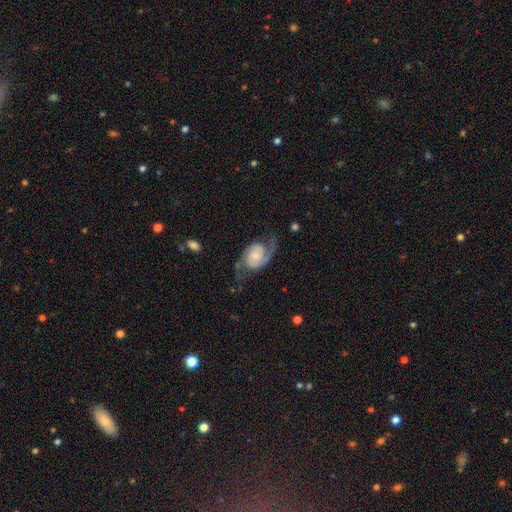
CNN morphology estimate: Smooth or featured: featured or disk — 83% (smooth — 11%)
Edge-on disk: no — 97% (yes — 3%)
Bar: no — 69% (weak — 25%)
Spiral arms: yes — 96% (no — 4%)
Spiral winding: medium — 46% (loose — 32%)
Spiral arm count: 2 — 88% (1 — 5%)
Bulge size: small — 60% (moderate — 23%)
Merging: none — 62% (minor disturbance — 19%)